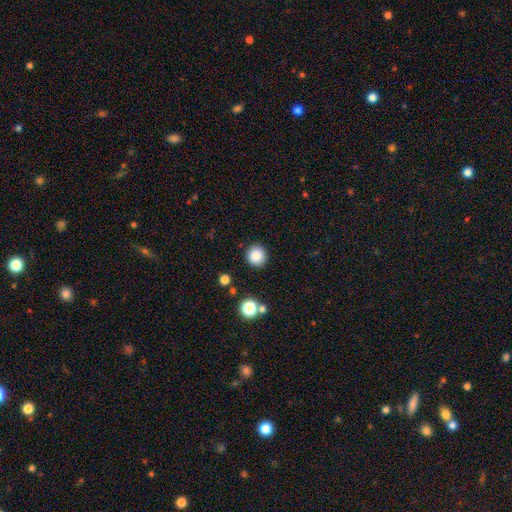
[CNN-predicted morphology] This appears to be a smooth galaxy with no disk features (85%) that is round (92%). Merging: none (89%).